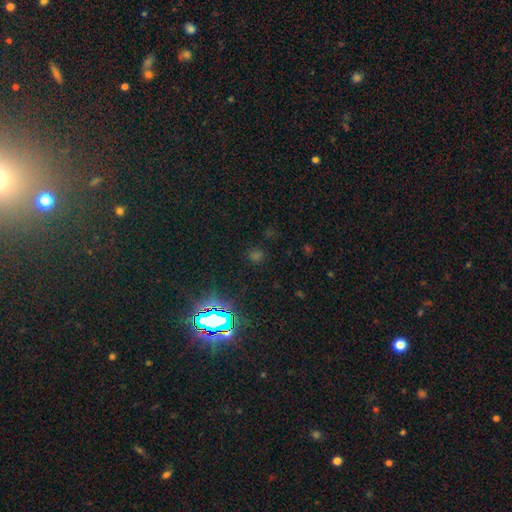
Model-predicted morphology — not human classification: Overall: star or artifact (62%; smooth 30%).